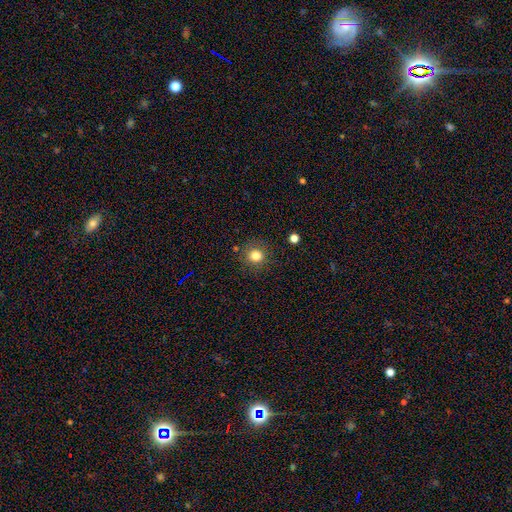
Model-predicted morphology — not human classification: This is clearly a smooth galaxy (82%). How rounded: clearly round (86%). Merging: clearly none (84%).